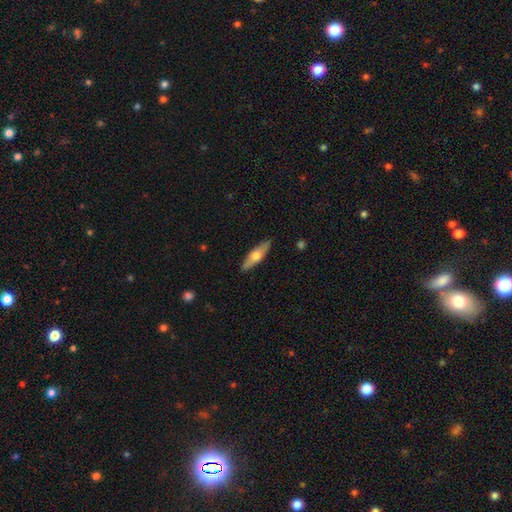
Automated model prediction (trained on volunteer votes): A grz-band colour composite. It shows a smooth galaxy with no disk features (53%) that is cigar-shaped (58%). Merging: none (88%).